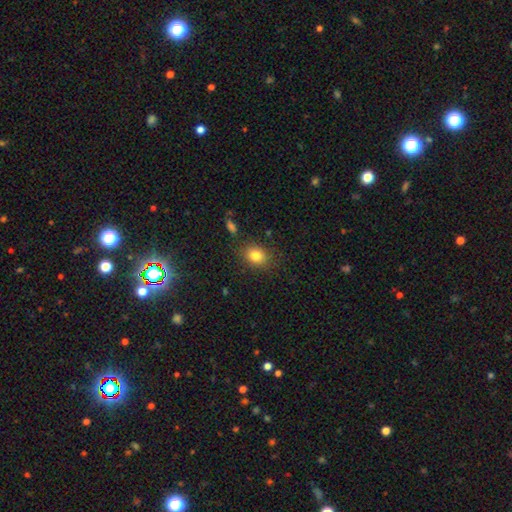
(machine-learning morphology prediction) A smooth galaxy with no disk features (82%) that is round (52%). Merging: none (83%).